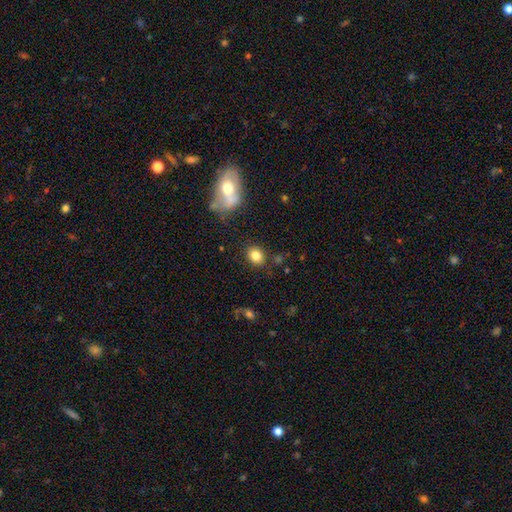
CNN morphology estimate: A smooth galaxy with no disk features (83%) that is round (56%).

Vote fractions:
- Smooth or featured? smooth: 83% / star or artifact: 10% / featured or disk: 7%
- How rounded? round: 56% / in between: 43% / cigar-shaped: 1%
- Merging? none: 85% / minor disturbance: 9% / major disturbance: 3% / merger: 3%